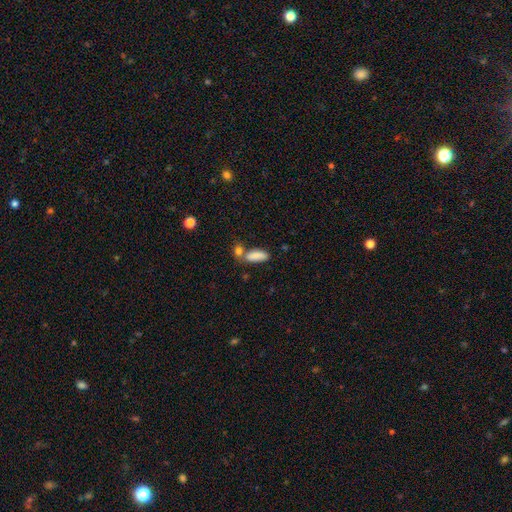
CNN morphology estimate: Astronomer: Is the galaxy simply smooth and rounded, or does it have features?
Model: smooth — 86%.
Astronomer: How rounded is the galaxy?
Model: in between — 74%.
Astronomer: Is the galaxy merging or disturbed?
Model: none — 51% (runner-up: merger, 30%).